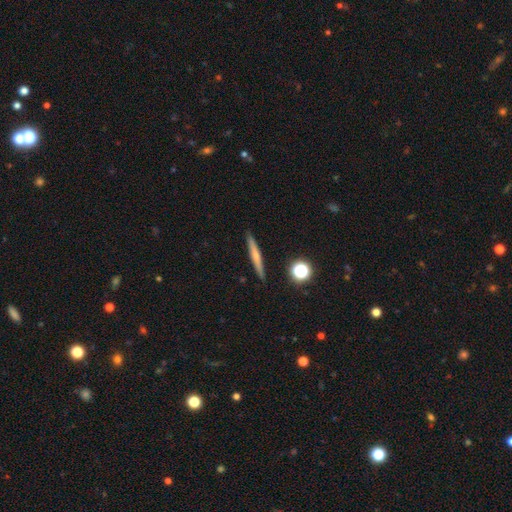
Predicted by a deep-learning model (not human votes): This appears to be a smooth galaxy with no disk features (51%) that is cigar-shaped (93%). Merging: none (90%).